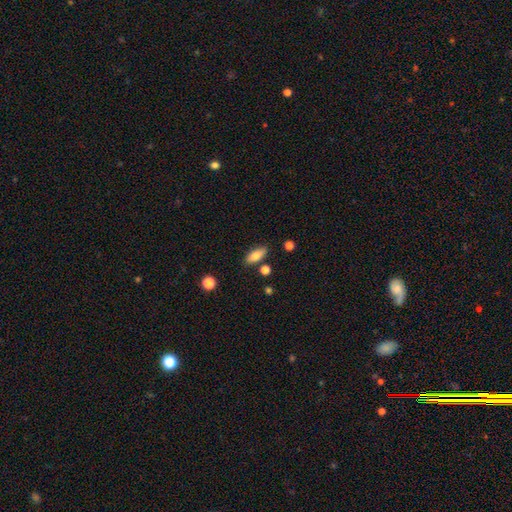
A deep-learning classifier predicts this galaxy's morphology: Q: Smooth or featured?
A: smooth (79%); runner-up: featured or disk (14%)
Q: How rounded?
A: in between (78%); runner-up: cigar-shaped (19%)
Q: Merging?
A: none (82%); runner-up: minor disturbance (12%)